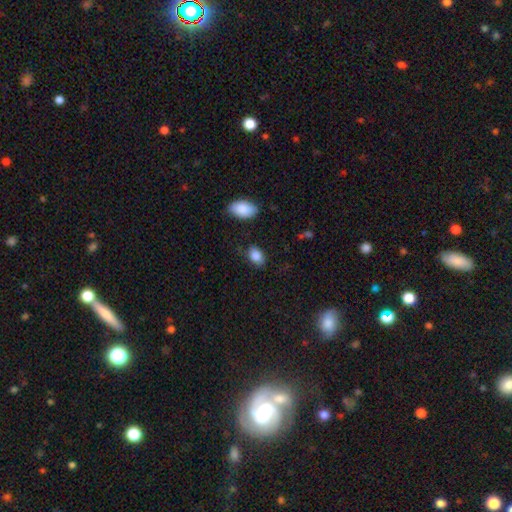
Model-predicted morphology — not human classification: A smooth galaxy with no disk features (86%) that is in between round and cigar-shaped (86%). Merging: none (76%).